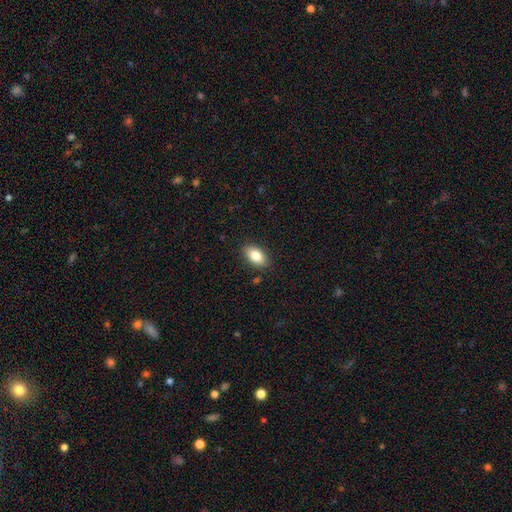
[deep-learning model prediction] Smooth or featured: smooth — 83% (featured or disk — 10%)
How rounded: in between — 92% (round — 5%)
Merging: none — 87% (minor disturbance — 9%)